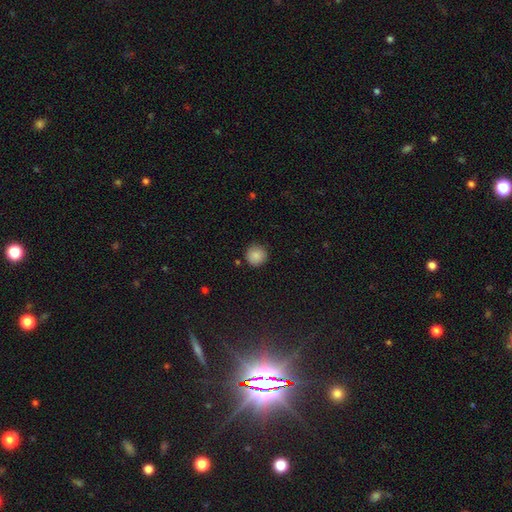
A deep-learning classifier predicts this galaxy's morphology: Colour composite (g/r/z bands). It shows a smooth galaxy with no disk features (87%) that is round (95%). Merging: none (89%).